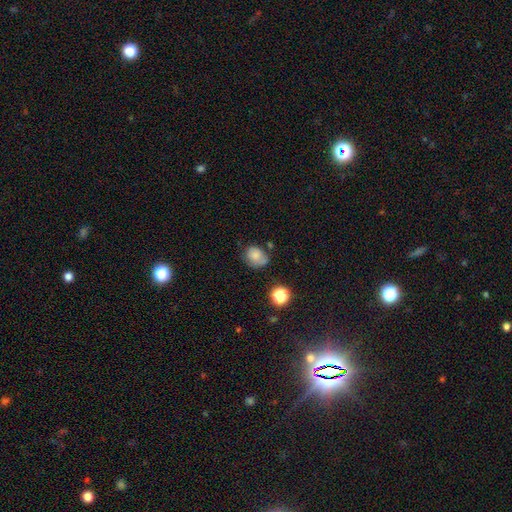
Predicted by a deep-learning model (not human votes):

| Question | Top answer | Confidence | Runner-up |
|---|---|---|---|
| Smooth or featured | smooth | 78% | star or artifact (11%) |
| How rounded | round | 51% | in between (48%) |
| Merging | none | 50% | minor disturbance (30%) |